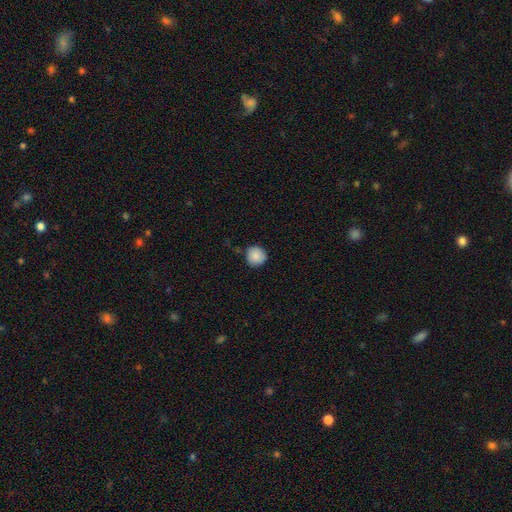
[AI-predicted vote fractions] Smooth or featured: smooth — 88% (star or artifact — 8%)
How rounded: round — 94% (in between — 5%)
Merging: none — 84% (minor disturbance — 12%)